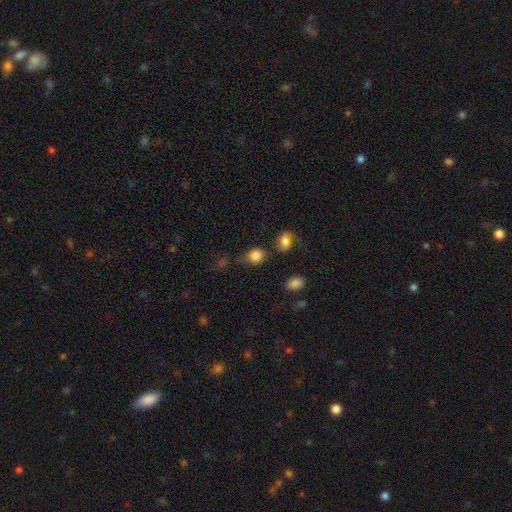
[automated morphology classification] A smooth galaxy with no disk features (83%) that is round (65%). Merging: none (57%).